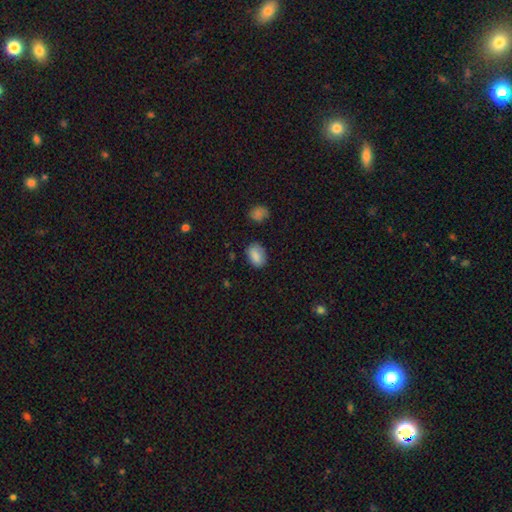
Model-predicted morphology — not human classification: Q: Smooth or featured?
A: smooth (85%); runner-up: star or artifact (9%)
Q: How rounded?
A: in between (85%); runner-up: round (13%)
Q: Merging?
A: none (77%); runner-up: minor disturbance (17%)